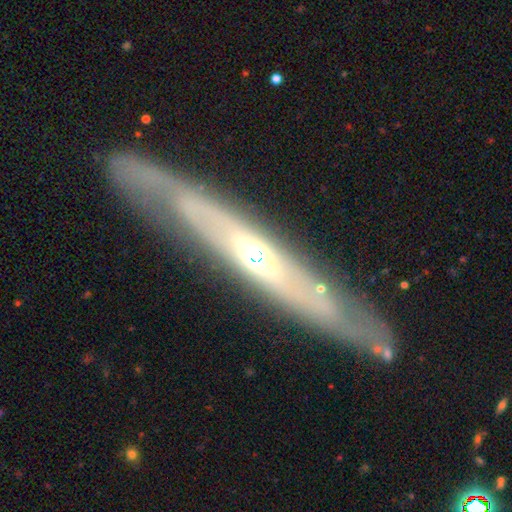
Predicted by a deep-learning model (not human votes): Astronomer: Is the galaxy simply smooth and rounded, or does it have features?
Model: featured or disk — 75%.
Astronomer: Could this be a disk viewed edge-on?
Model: yes — 66%.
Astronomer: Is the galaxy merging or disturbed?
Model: none — 77%.